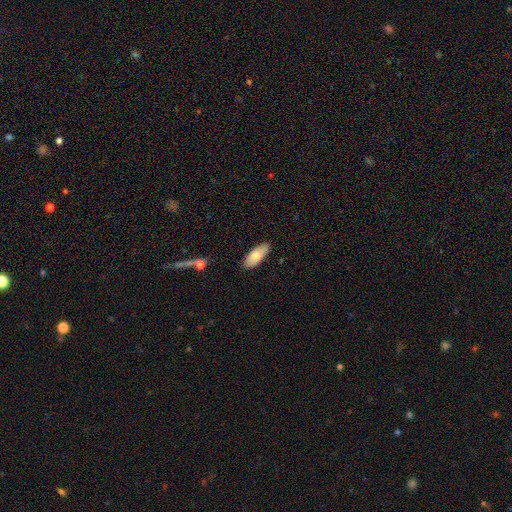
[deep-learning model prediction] Smooth or featured? Predicted: smooth (p=0.79). How rounded? Predicted: in between (p=0.82). Merging? Predicted: none (p=0.85).